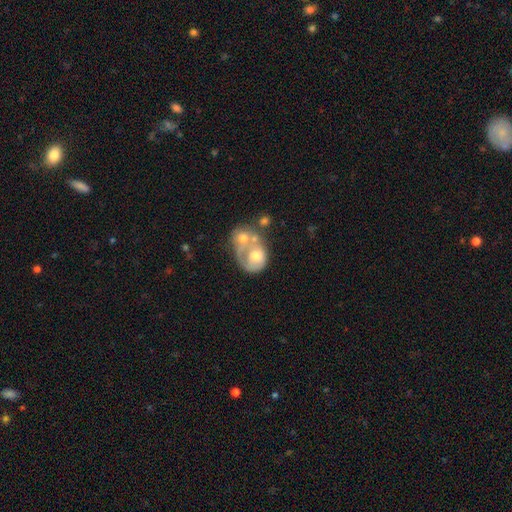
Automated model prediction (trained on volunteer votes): Morphology: type=featured or disk (48%); merging=merger (64%).